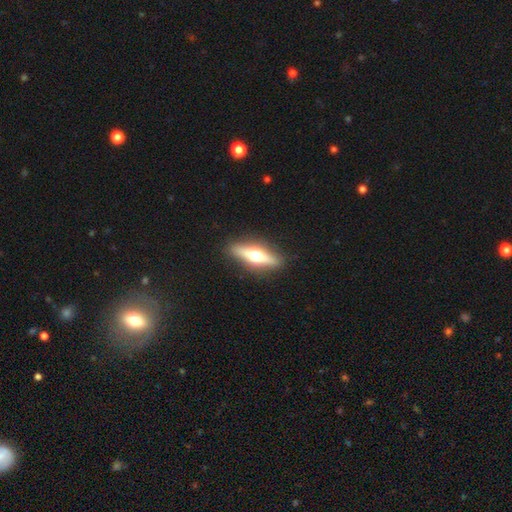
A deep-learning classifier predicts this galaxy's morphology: Overall: featured or disk (60%; smooth 34%). Edge-on disk: yes (93%). Edge-on bulge: rounded (95%). Merging: none (90%).